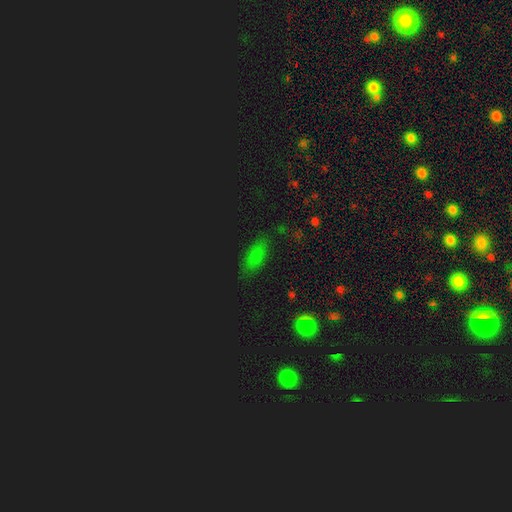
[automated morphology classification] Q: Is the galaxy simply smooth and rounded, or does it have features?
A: smooth — 63%.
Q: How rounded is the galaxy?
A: in between — 83%.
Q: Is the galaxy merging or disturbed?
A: none — 80%.